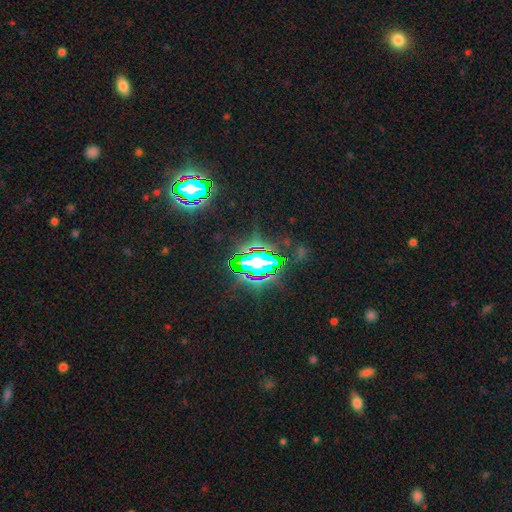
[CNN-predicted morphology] This is likely a star or artifact rather than a galaxy (75%).